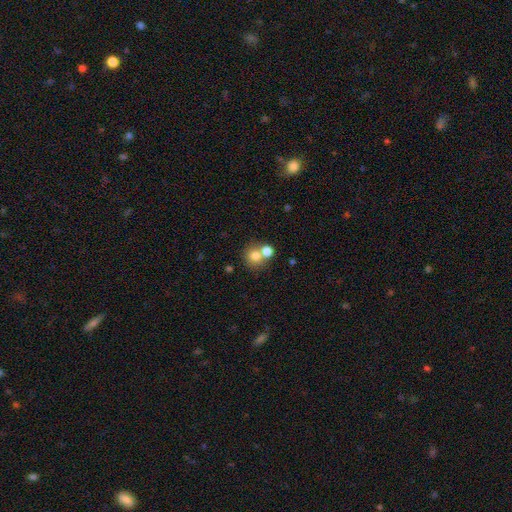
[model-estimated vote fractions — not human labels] A smooth galaxy with no disk features (76%) that is round (84%). Merging: none (47%).